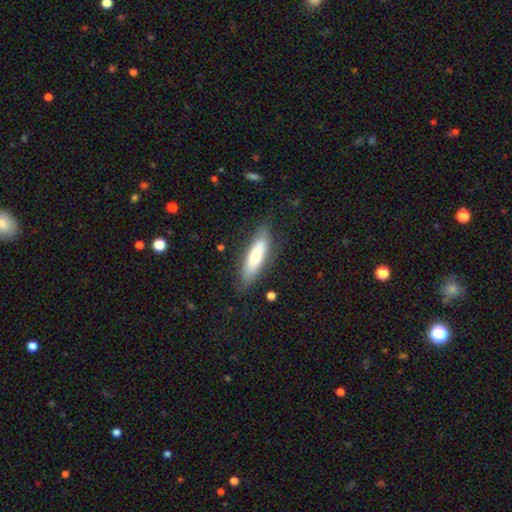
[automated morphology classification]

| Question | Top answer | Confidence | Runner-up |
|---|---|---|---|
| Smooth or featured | smooth | 64% | featured or disk (30%) |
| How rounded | cigar-shaped | 63% | in between (35%) |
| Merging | none | 80% | minor disturbance (15%) |